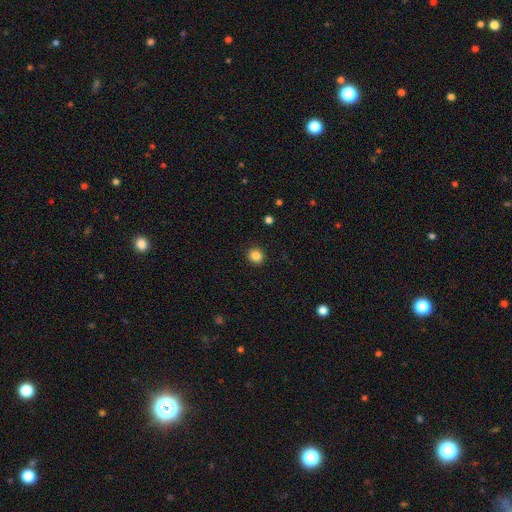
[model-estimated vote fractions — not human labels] Morphology: type=smooth (85%); roundness=round (87%); merging=none (92%).